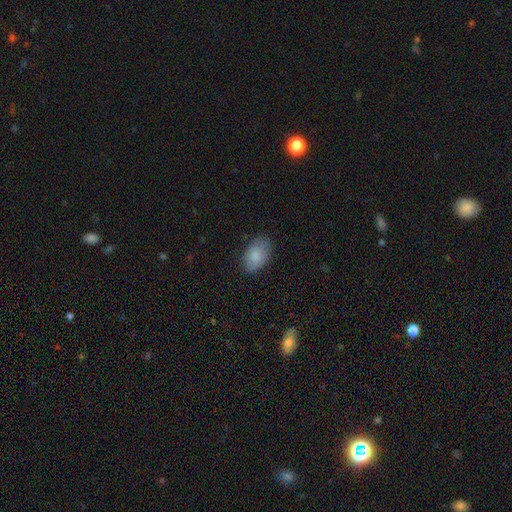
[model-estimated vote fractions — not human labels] Smooth or featured? smooth (85%)
How rounded? in between (91%)
Merging? none (81%)